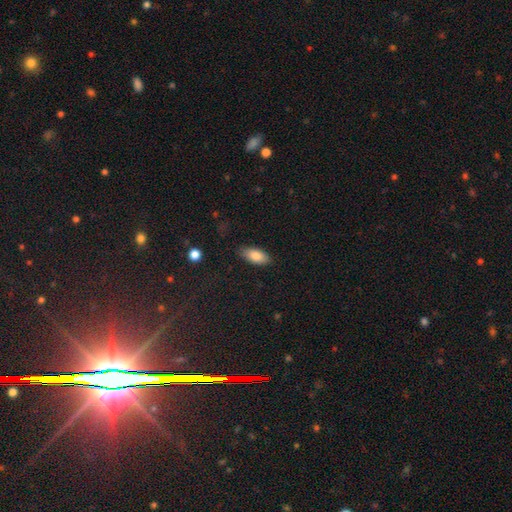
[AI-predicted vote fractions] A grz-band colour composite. It shows a smooth galaxy with no disk features (84%) that is in between round and cigar-shaped (89%). Merging: none (82%).